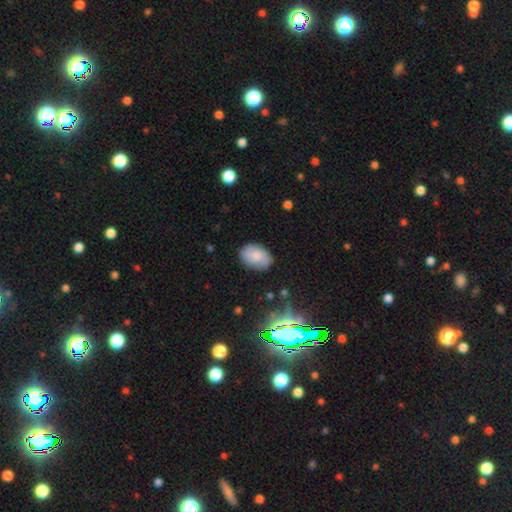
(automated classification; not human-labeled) The model was most divided on "smooth or featured": smooth: 76%, featured or disk: 15%, star or artifact: 9%. More confident: merging — none (80%); how rounded — in between (80%).